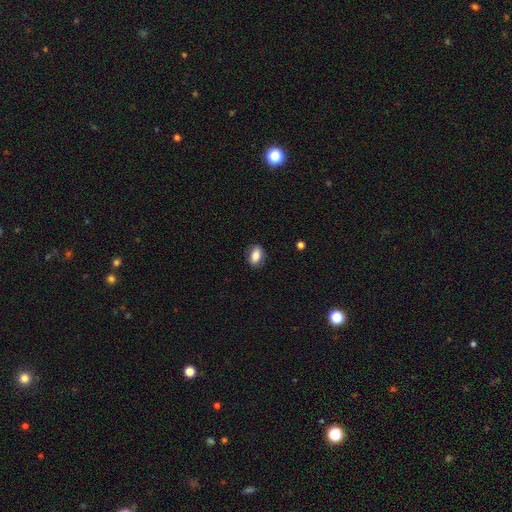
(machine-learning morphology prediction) A smooth galaxy with no disk features (85%) that is in between round and cigar-shaped (87%). Merging: none (84%).